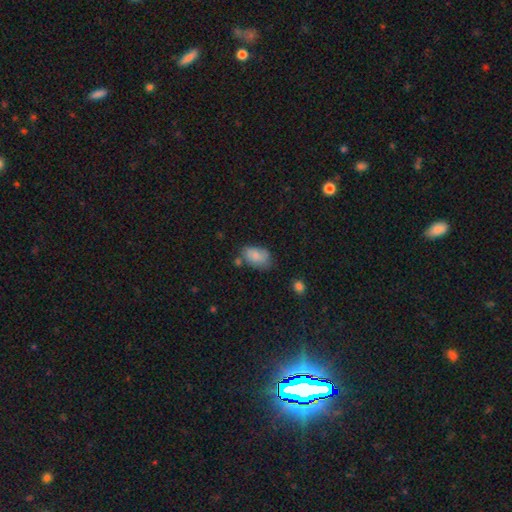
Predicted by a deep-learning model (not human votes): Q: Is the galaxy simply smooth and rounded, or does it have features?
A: smooth — 81%.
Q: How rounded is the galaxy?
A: in between — 90%.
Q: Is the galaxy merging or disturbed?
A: none — 55%.